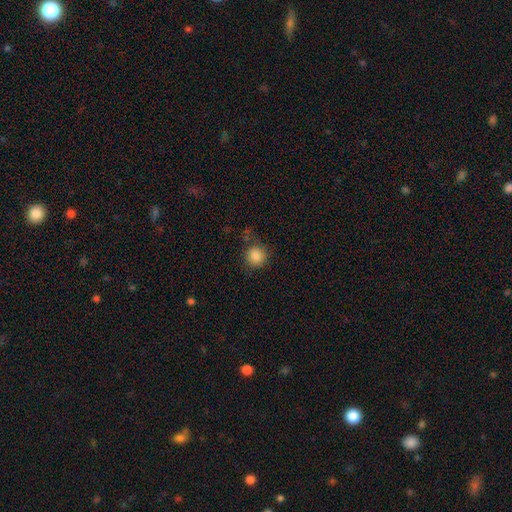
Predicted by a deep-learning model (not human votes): smooth_or_featured: smooth (p=0.86) [alt: star or artifact p=0.10]
how_rounded: round (p=0.92) [alt: in between p=0.07]
merging: none (p=0.80) [alt: minor disturbance p=0.13]